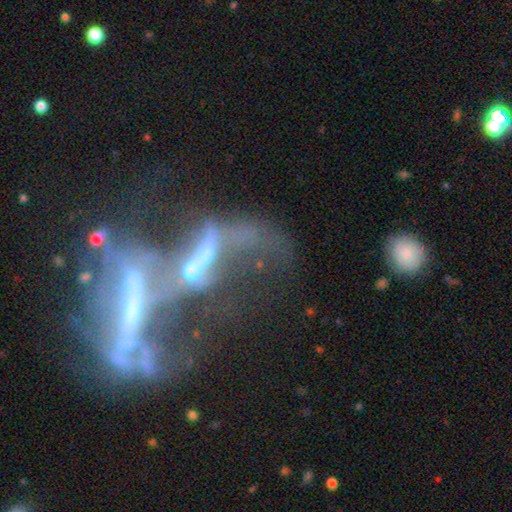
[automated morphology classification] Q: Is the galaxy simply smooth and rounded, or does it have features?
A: featured or disk — 67%.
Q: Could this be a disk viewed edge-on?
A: no — 84%.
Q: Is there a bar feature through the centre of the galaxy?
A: no — 54%.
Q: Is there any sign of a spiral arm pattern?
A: no — 66%.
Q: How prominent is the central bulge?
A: none — 43%.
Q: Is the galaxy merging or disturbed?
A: merger — 58%.